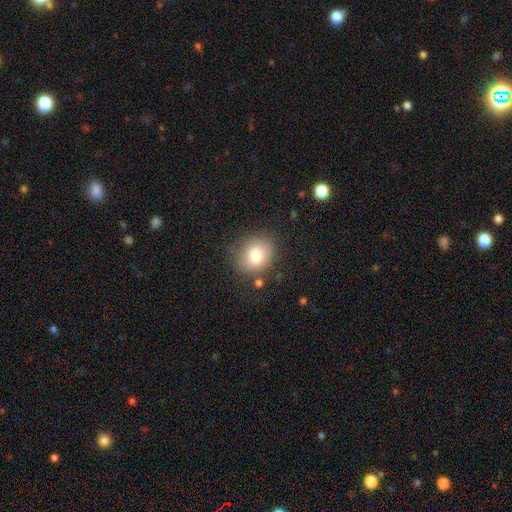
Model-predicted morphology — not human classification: This is likely a smooth galaxy (80%). How rounded: likely round (63%). Merging: likely none (78%).